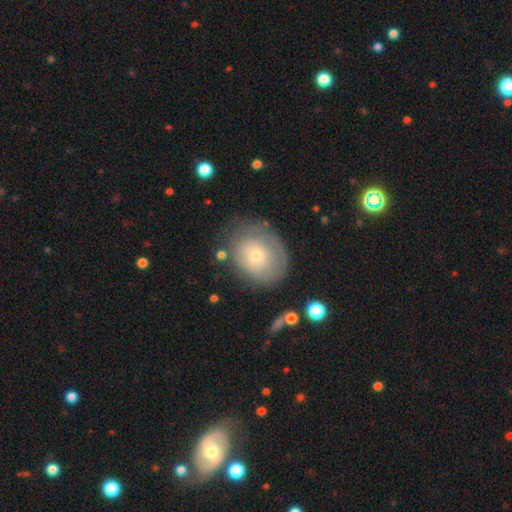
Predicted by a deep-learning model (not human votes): smooth_or_featured: smooth (p=0.55) [alt: featured or disk p=0.36]
how_rounded: round (p=0.57) [alt: in between p=0.42]
merging: none (p=0.63) [alt: minor disturbance p=0.23]